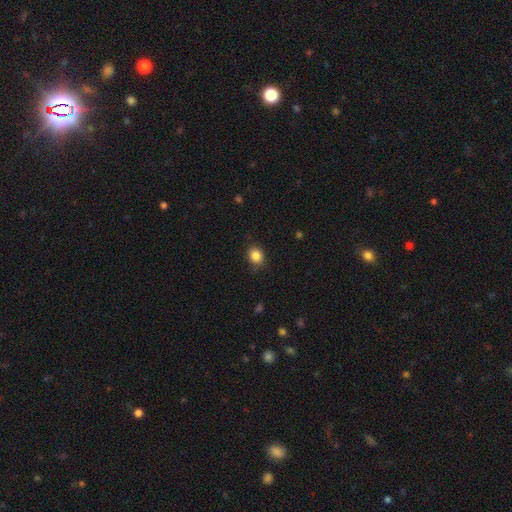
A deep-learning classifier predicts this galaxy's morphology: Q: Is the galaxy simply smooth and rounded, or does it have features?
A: smooth — 85%.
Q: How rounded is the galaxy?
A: round — 65%.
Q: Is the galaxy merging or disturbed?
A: none — 81%.